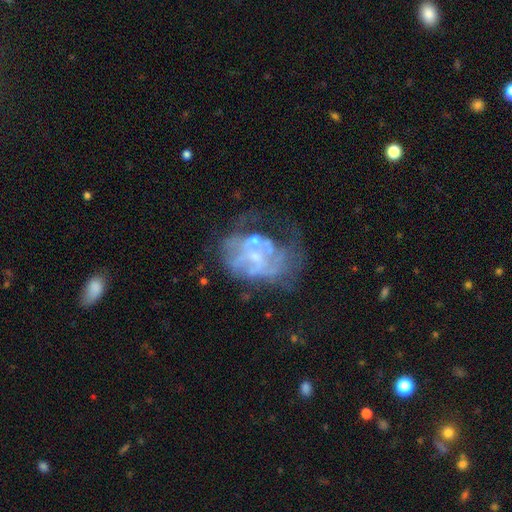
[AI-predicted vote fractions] Smooth or featured?
  - featured or disk: 73% *
  - smooth: 16%
  - star or artifact: 11%
Edge-on disk?
  - no: 98% *
  - yes: 2%
Bar?
  - no: 78% *
  - weak: 19%
  - strong: 4%
Spiral arms?
  - no: 58% *
  - yes: 42%
Bulge size?
  - small: 49% *
  - none: 25%
  - moderate: 22%
  - large: 2%
  - dominant: 1%
Merging?
  - major disturbance: 36% *
  - none: 32%
  - minor disturbance: 19%
  - merger: 13%